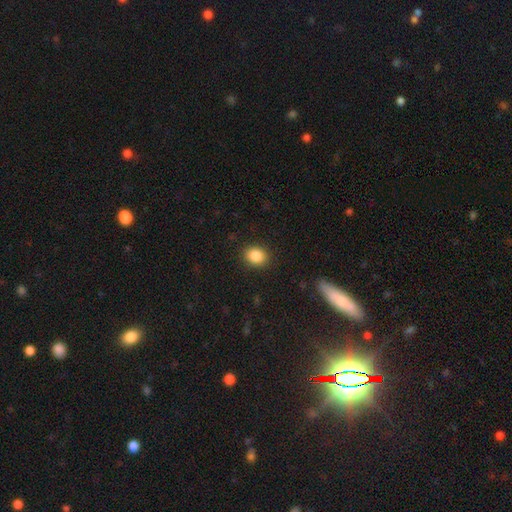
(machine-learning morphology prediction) This appears to be a smooth galaxy with no disk features (87%) that is round (57%). Merging: none (89%).